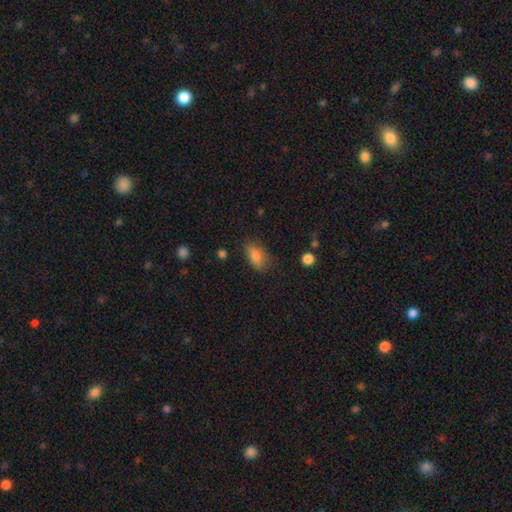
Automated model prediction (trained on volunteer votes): Smooth or featured? Predicted: smooth (p=0.83). How rounded? Predicted: in between (p=0.87). Merging? Predicted: none (p=0.68).